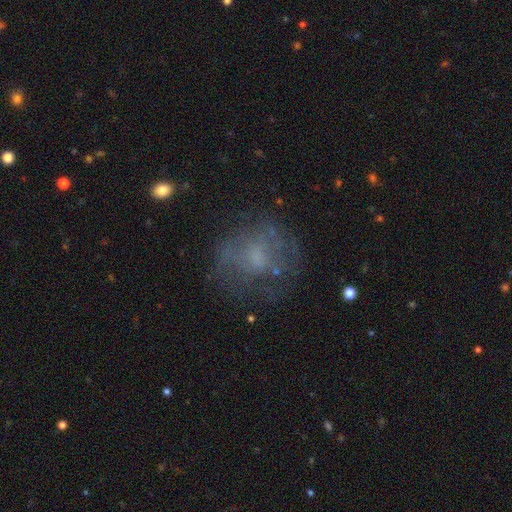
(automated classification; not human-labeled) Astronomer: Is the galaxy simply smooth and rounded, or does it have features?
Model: featured or disk — 47% (runner-up: smooth, 37%).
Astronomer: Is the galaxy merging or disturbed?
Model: none — 61%.